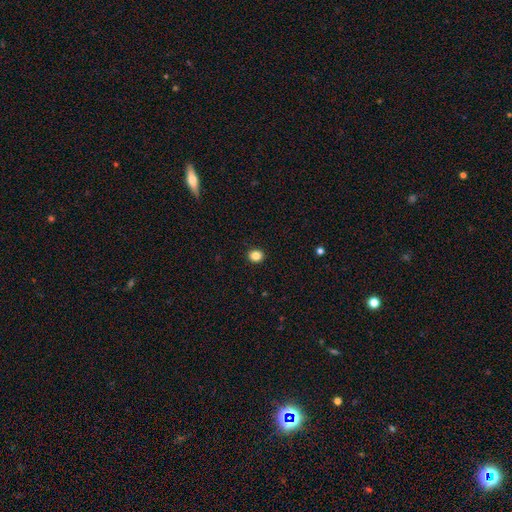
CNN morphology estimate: The model was most divided on "how rounded": round: 84%, in between: 15%, cigar-shaped: 1%. More confident: merging — none (93%); smooth or featured — smooth (84%).